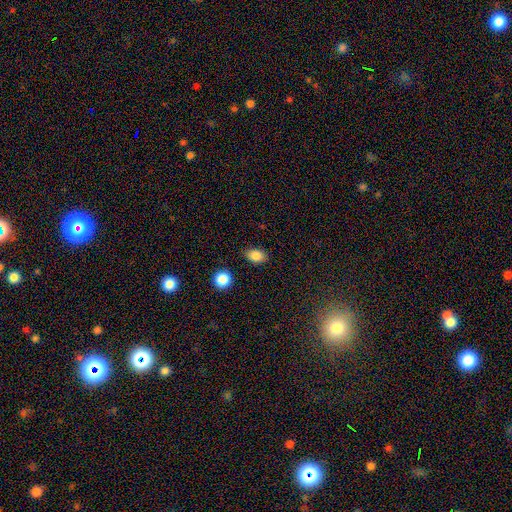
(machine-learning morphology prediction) Overall: smooth (85%). How rounded: in between (78%). Merging: none (83%).